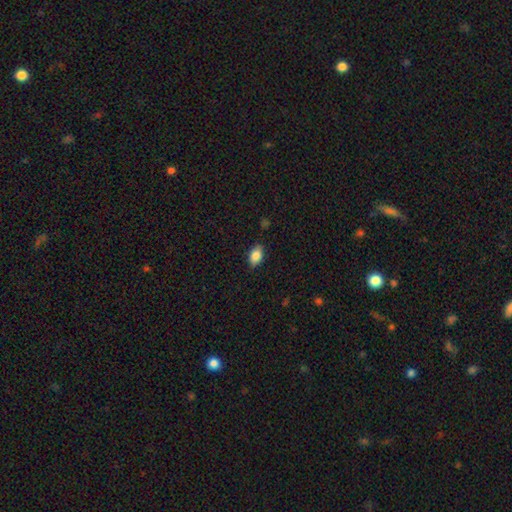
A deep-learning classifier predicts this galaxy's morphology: smooth 84%, star or artifact 8%, featured or disk 8%. Down the decision tree: how rounded — in between (87%); merging — none (84%).